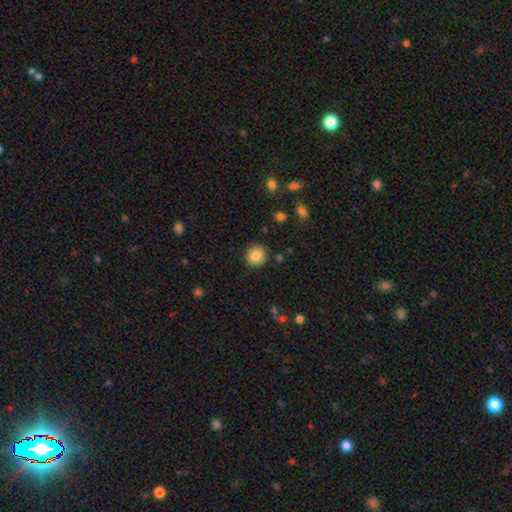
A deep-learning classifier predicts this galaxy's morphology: A smooth galaxy with no disk features (85%) that is round (93%).

Vote fractions:
- Smooth or featured? smooth: 85% / star or artifact: 9% / featured or disk: 6%
- How rounded? round: 93% / in between: 6% / cigar-shaped: 1%
- Merging? none: 90% / minor disturbance: 6% / major disturbance: 2% / merger: 1%